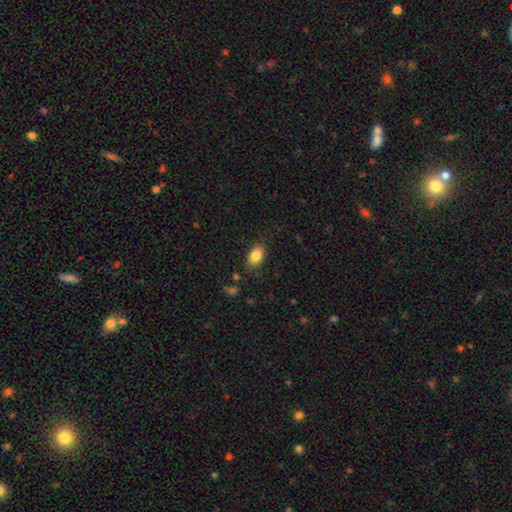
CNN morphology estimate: Overall: smooth (84%). How rounded: in between (88%). Merging: none (83%).